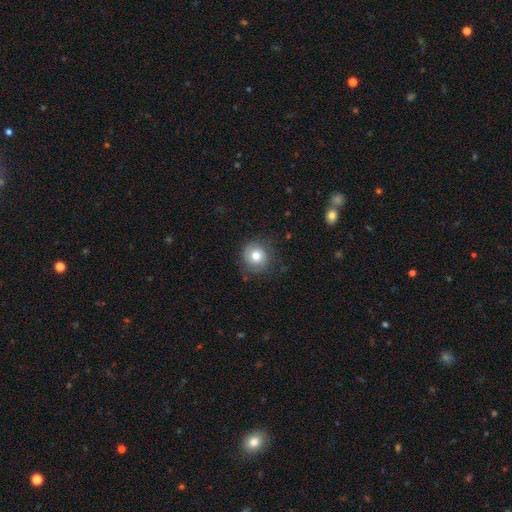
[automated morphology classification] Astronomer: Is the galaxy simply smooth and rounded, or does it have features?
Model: smooth — 73%.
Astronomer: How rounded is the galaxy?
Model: round — 90%.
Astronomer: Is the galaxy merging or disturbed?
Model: none — 77%.